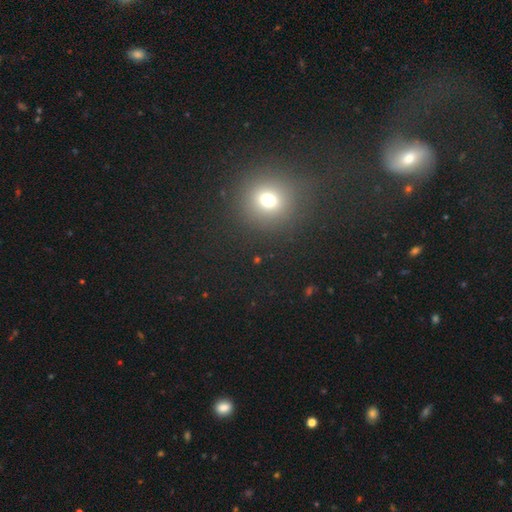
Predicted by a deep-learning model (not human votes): The model was most divided on "smooth or featured": smooth: 54%, star or artifact: 32%, featured or disk: 14%. More confident: how rounded — round (89%); merging — none (76%).